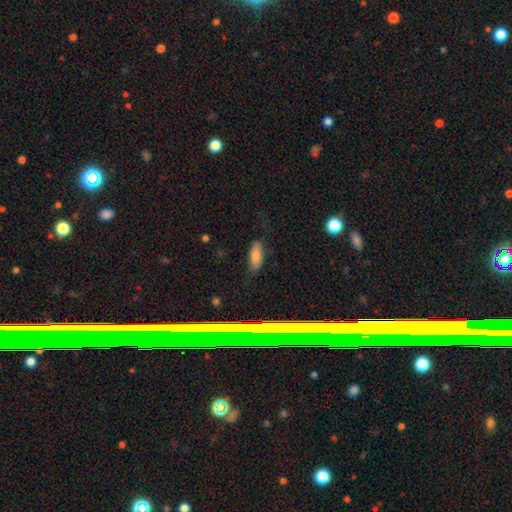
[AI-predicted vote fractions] A smooth galaxy with no disk features (72%) that is in between round and cigar-shaped (68%).

Vote fractions:
- Smooth or featured? smooth: 72% / featured or disk: 17% / star or artifact: 11%
- How rounded? in between: 68% / cigar-shaped: 29% / round: 3%
- Merging? none: 74% / minor disturbance: 19% / major disturbance: 5% / merger: 2%